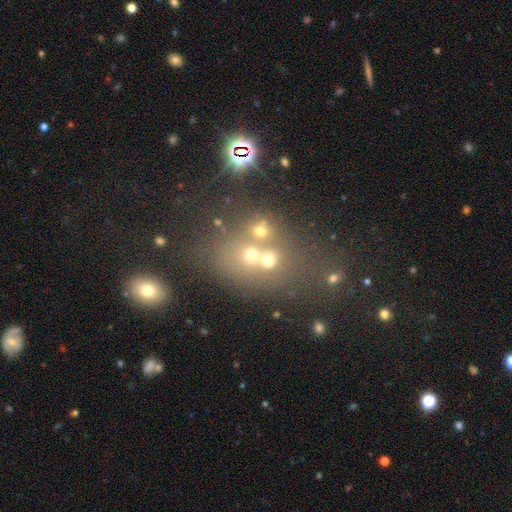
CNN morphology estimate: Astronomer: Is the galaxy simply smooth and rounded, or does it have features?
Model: smooth — 48% (runner-up: star or artifact, 31%).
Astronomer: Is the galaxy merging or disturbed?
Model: merger — 49% (runner-up: none, 36%).